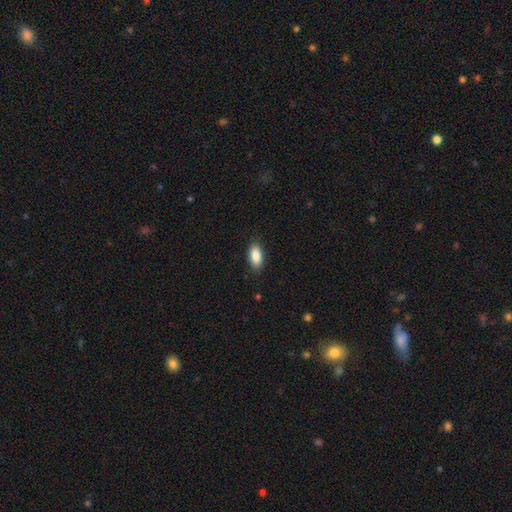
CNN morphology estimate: Smooth or featured? smooth (87%)
How rounded? in between (90%)
Merging? none (87%)